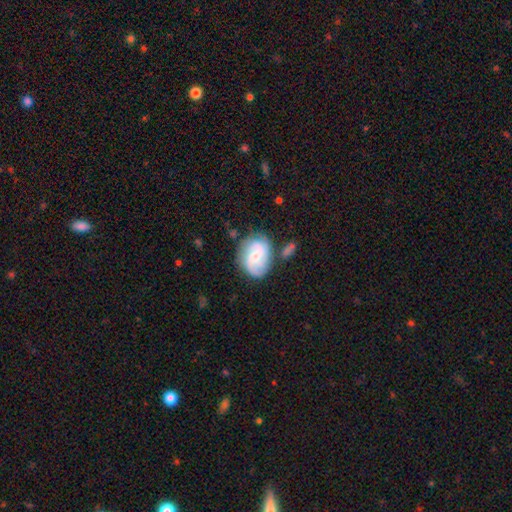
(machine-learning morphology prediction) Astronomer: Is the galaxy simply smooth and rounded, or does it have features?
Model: featured or disk — 70%.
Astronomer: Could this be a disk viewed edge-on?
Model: no — 97%.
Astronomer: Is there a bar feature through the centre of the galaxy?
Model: weak — 46% (runner-up: no, 42%).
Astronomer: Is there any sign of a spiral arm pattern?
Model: yes — 92%.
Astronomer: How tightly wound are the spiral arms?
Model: medium — 44% (runner-up: tight, 28%).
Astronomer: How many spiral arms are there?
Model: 2 — 63%.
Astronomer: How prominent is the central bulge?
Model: small — 52% (runner-up: moderate, 42%).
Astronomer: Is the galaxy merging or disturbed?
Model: none — 66%.